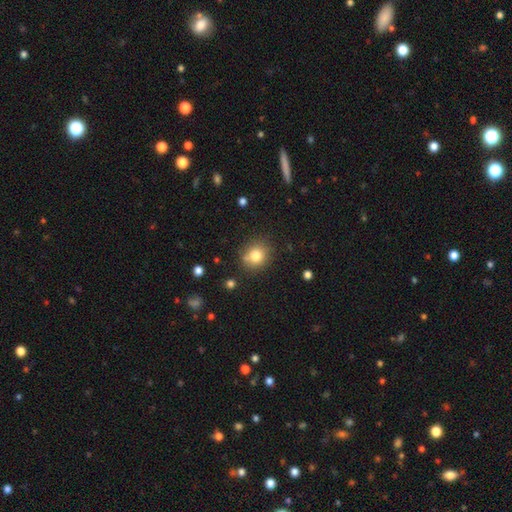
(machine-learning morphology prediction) This is likely a smooth galaxy (78%). How rounded: clearly round (80%). Merging: likely none (77%).